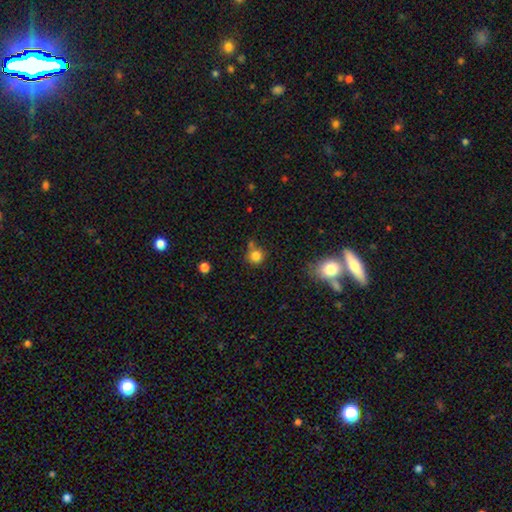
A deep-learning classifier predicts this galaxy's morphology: Smooth or featured: smooth — 81% (star or artifact — 12%)
How rounded: round — 89% (in between — 10%)
Merging: none — 64% (merger — 16%)